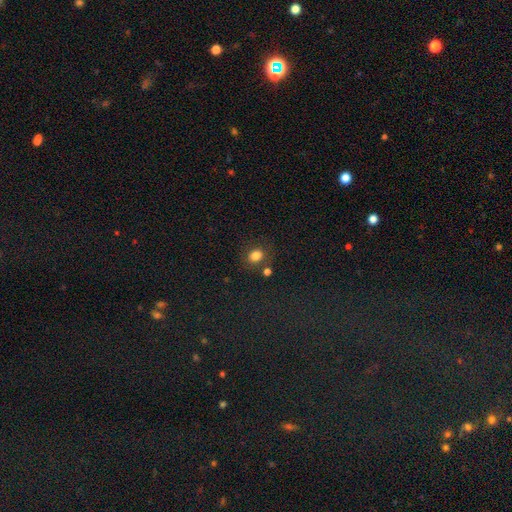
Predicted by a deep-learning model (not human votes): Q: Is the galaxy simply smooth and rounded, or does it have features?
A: smooth — 81%.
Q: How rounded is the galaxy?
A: round — 53%.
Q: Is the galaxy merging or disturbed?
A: none — 76%.